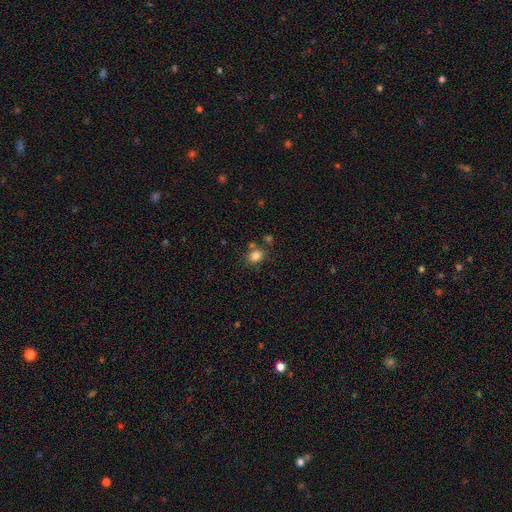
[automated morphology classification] Smooth or featured? Predicted: smooth (p=0.83). How rounded? Predicted: in between (p=0.51). Merging? Predicted: none (p=0.74).